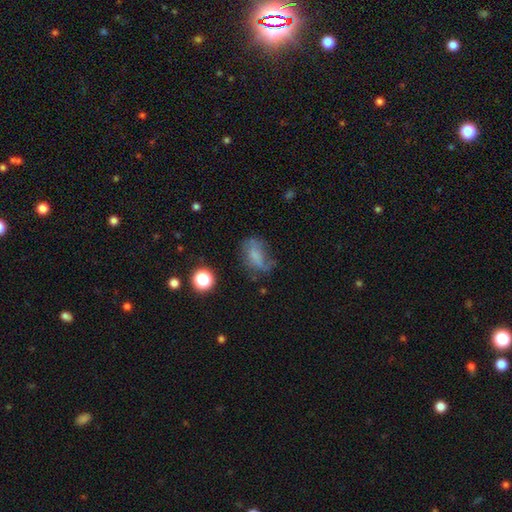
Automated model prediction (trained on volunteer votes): A smooth galaxy with no disk features (56%) that is in between round and cigar-shaped (78%).

Vote fractions:
- Smooth or featured? smooth: 56% / featured or disk: 29% / star or artifact: 15%
- How rounded? in between: 78% / round: 16% / cigar-shaped: 6%
- Merging? none: 41% / minor disturbance: 28% / major disturbance: 26% / merger: 4%